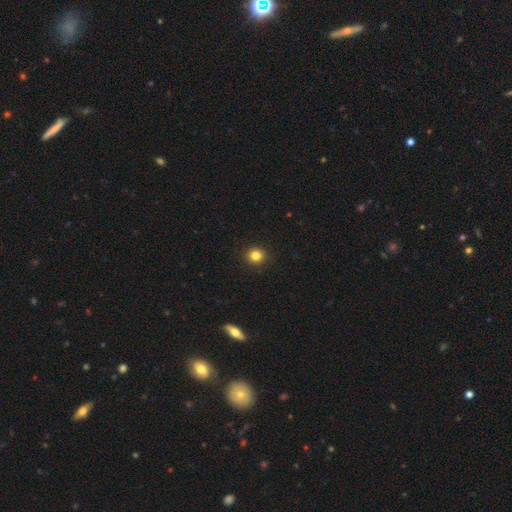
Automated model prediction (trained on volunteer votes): This appears to be a smooth galaxy with no disk features (83%) that is round (90%). Merging: none (92%).